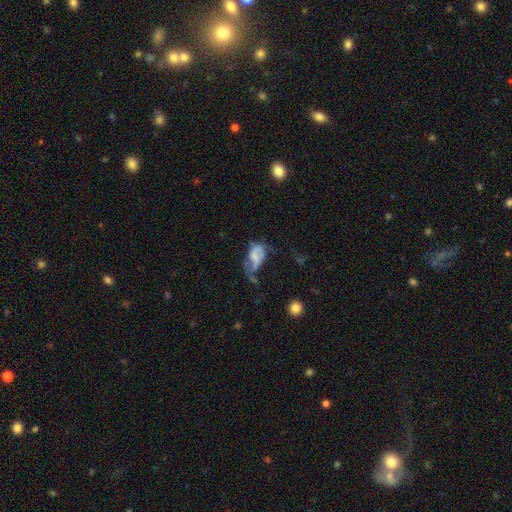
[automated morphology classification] A featured or disk galaxy (51%). Merging: major disturbance (43%).